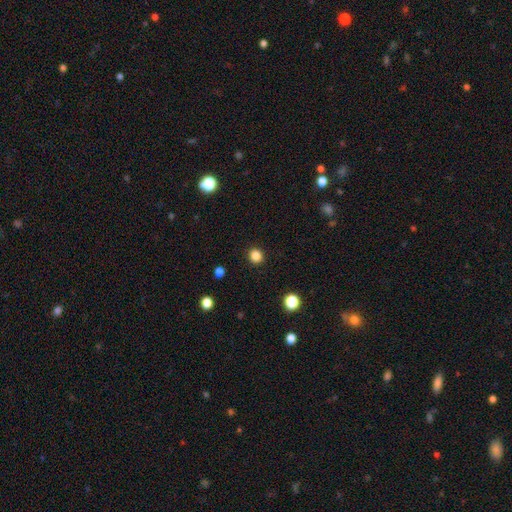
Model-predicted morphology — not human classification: This appears to be a smooth galaxy with no disk features (85%) that is round (86%). Merging: none (92%).